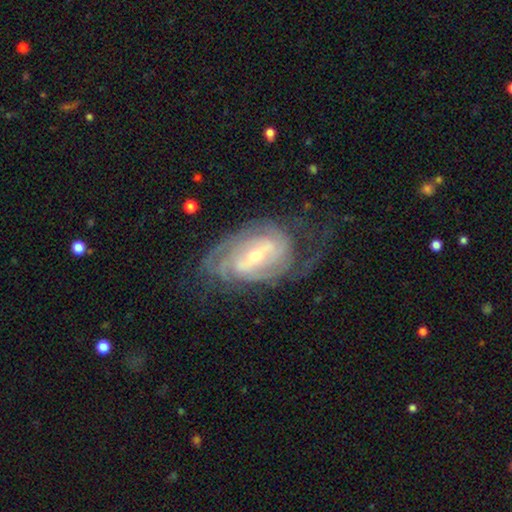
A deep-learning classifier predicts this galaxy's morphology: Overall: featured or disk (89%). Edge-on disk: no (96%). Bar: strong (47%; weak 40%). Spiral arms: yes (97%). Spiral arm count: 2 (37%; can't tell 25%). Spiral winding: tight (62%; medium 30%). Bulge size: small (50%; moderate 46%). Merging: none (65%).